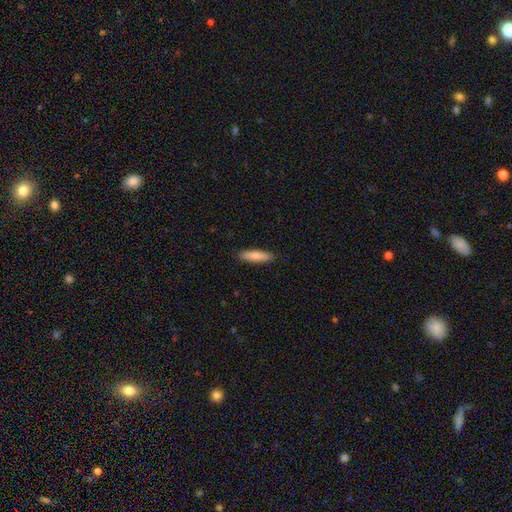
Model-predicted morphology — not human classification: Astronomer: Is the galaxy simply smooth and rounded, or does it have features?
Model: smooth — 83%.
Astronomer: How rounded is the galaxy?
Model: cigar-shaped — 74%.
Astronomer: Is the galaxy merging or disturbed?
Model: none — 90%.